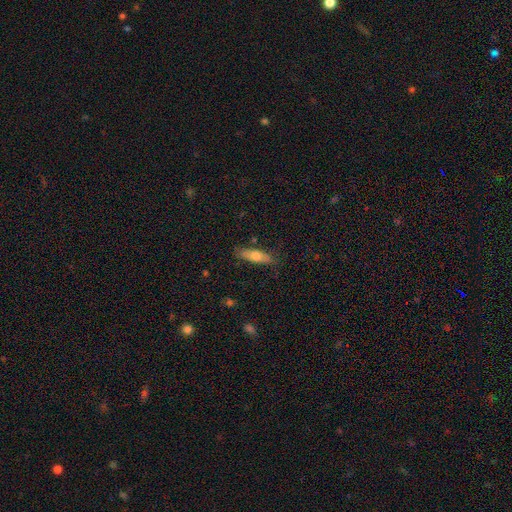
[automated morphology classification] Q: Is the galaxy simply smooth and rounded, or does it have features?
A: smooth — 64%.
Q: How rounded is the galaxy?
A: cigar-shaped — 52%.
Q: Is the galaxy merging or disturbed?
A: none — 81%.